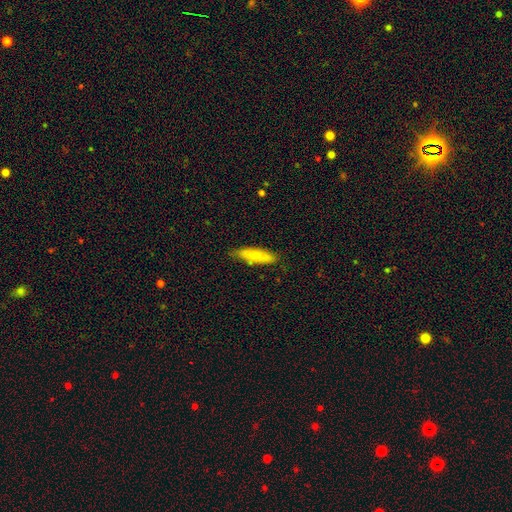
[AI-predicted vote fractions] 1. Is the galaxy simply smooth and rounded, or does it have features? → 78% smooth, 16% featured or disk, 6% star or artifact.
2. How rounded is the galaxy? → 73% cigar-shaped, 26% in between, 1% round.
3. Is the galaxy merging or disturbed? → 79% none, 16% minor disturbance, 3% major disturbance, 2% merger.